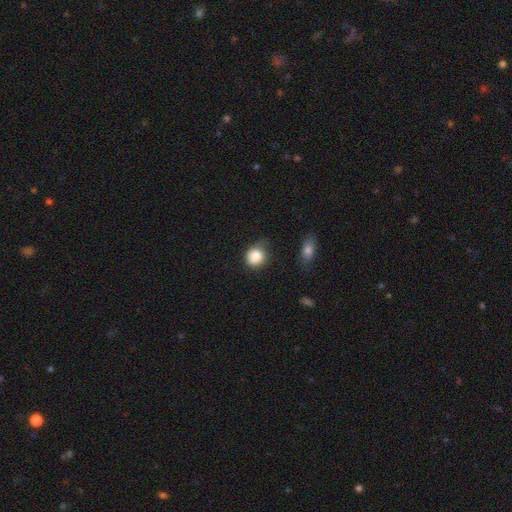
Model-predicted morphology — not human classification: Overall: smooth (83%). How rounded: round (72%). Merging: none (49%; minor disturbance 36%).